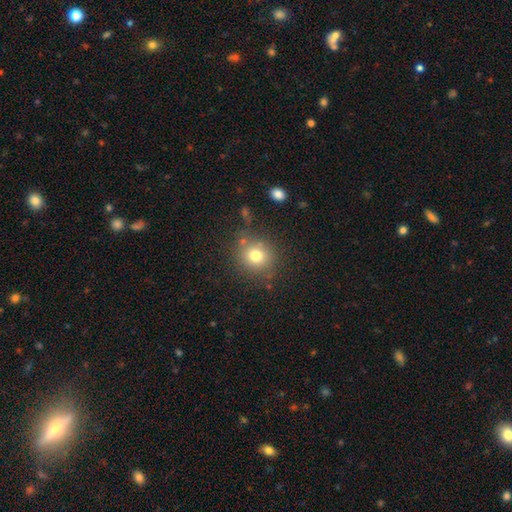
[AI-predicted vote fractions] A smooth galaxy with no disk features (76%) that is round (84%). Merging: none (77%).